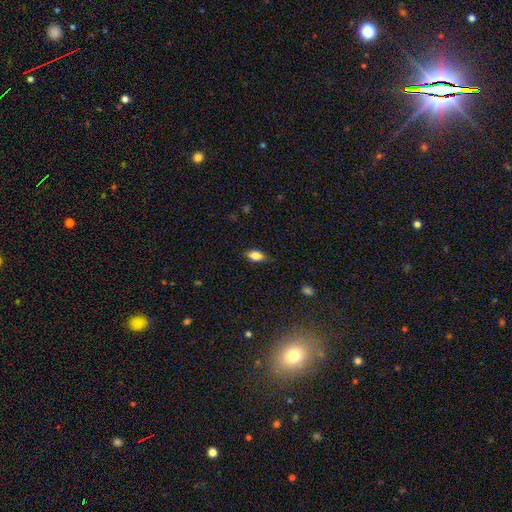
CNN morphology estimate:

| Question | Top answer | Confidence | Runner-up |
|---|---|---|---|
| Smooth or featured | smooth | 80% | featured or disk (11%) |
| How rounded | in between | 87% | cigar-shaped (7%) |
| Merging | none | 73% | minor disturbance (21%) |